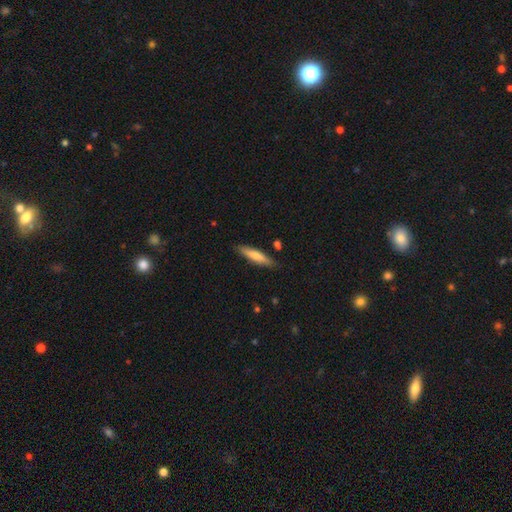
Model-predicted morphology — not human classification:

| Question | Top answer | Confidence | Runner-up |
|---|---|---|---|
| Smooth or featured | smooth | 73% | featured or disk (21%) |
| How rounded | cigar-shaped | 82% | in between (16%) |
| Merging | none | 85% | minor disturbance (11%) |